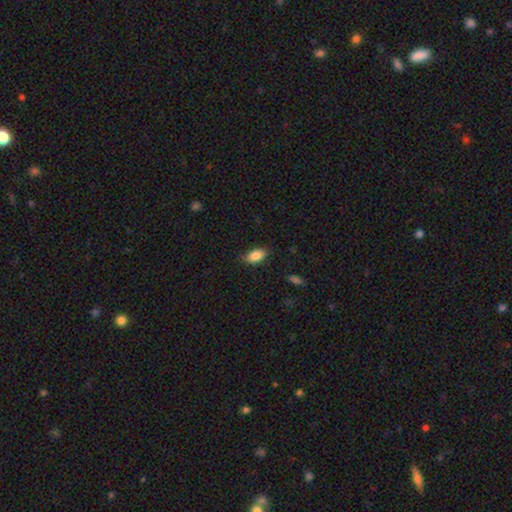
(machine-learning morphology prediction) smooth_or_featured: smooth (p=0.86) [alt: star or artifact p=0.07]
how_rounded: in between (p=0.91) [alt: round p=0.05]
merging: none (p=0.83) [alt: minor disturbance p=0.14]